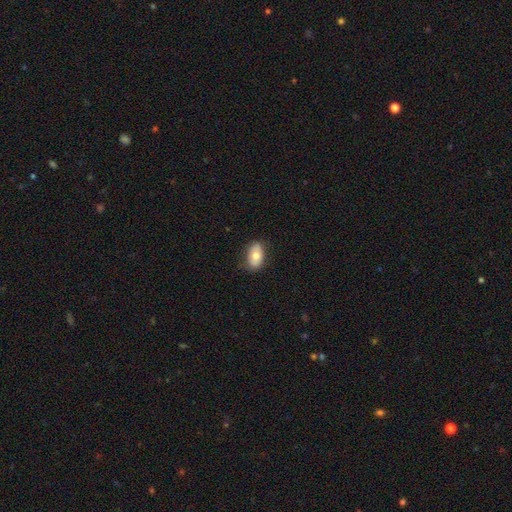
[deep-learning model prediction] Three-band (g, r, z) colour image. It shows a smooth galaxy with no disk features (73%) that is in between round and cigar-shaped (90%). Merging: none (80%).